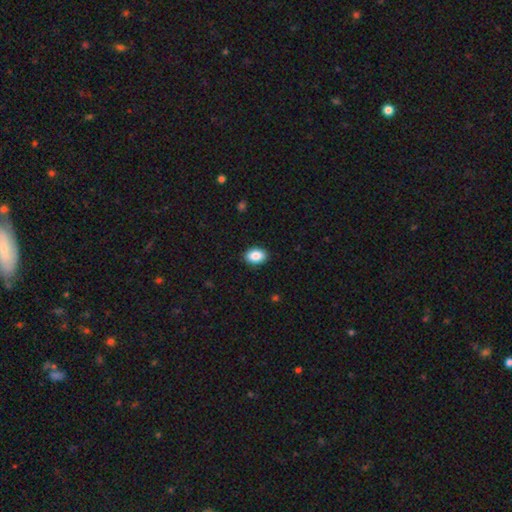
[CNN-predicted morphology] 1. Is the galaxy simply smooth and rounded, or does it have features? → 89% smooth, 7% star or artifact, 4% featured or disk.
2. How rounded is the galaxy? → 86% in between, 13% round, 1% cigar-shaped.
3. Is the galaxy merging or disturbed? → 90% none, 7% minor disturbance, 2% major disturbance, 1% merger.